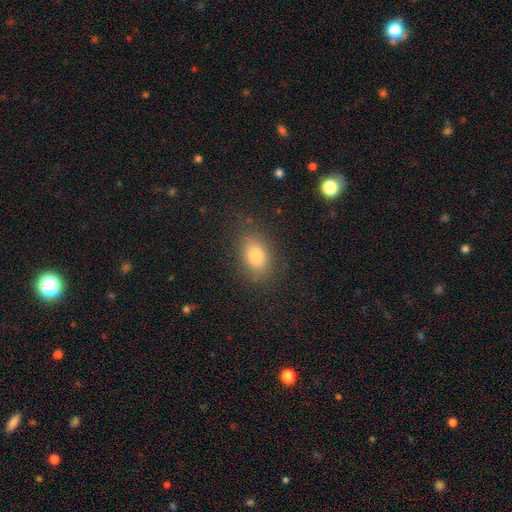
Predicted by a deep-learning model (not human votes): smooth-or-featured: smooth: 80% | star or artifact: 10% | featured or disk: 10%
  how-rounded: in between: 82% | round: 17% | cigar-shaped: 2%
  merging: none: 83% | minor disturbance: 12% | major disturbance: 4% | merger: 1%